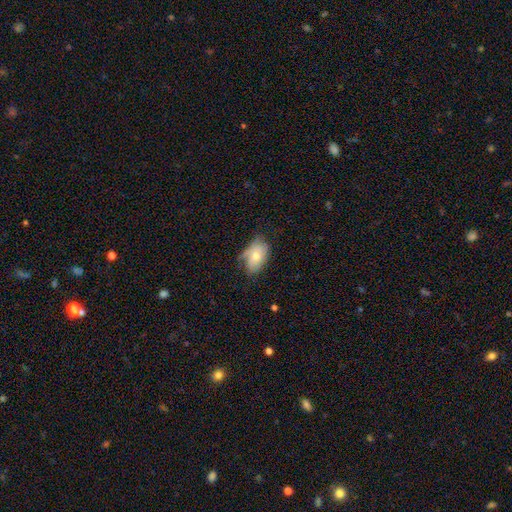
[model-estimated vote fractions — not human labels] This is likely a smooth galaxy (66%). How rounded: clearly in between (89%). Merging: possibly none (49%).